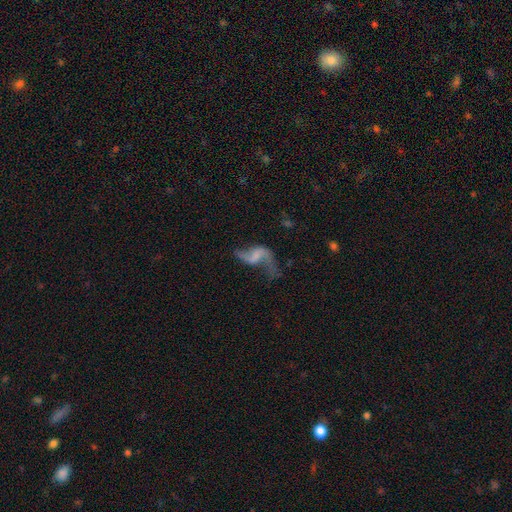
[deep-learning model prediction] The model was most divided on "bar": weak: 44%, no: 40%, strong: 16%. Remaining: edge-on disk — no (97%); spiral winding — loose (91%); spiral arms — yes (90%); spiral arm count — 2 (88%); smooth or featured — featured or disk (78%); bulge size — none (61%); merging — none (48%).